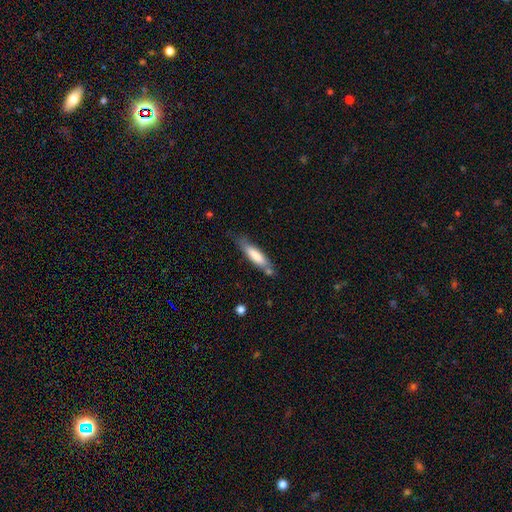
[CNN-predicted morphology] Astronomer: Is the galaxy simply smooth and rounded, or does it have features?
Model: smooth — 73%.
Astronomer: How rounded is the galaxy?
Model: cigar-shaped — 74%.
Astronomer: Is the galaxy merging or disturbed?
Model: none — 65%.